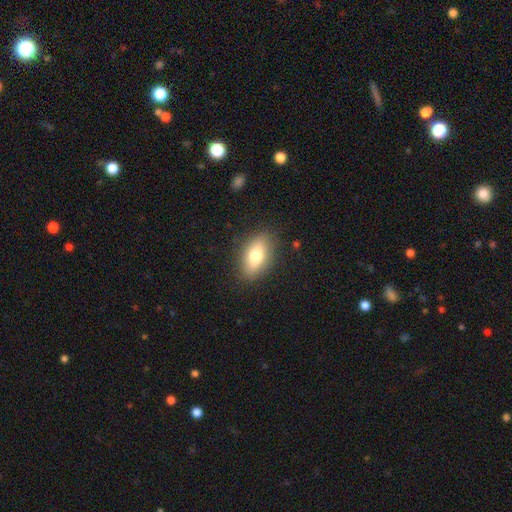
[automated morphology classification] A smooth galaxy with no disk features (73%) that is in between round and cigar-shaped (85%). Merging: none (85%).